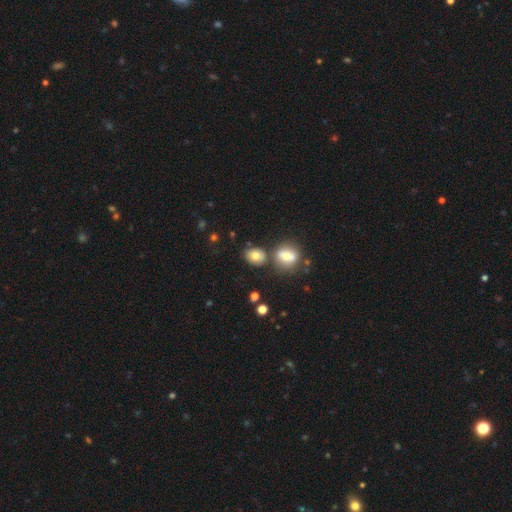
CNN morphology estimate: The model was most divided on "how rounded": in between: 55%, round: 43%, cigar-shaped: 1%. More confident: smooth or featured — smooth (78%); merging — none (68%).